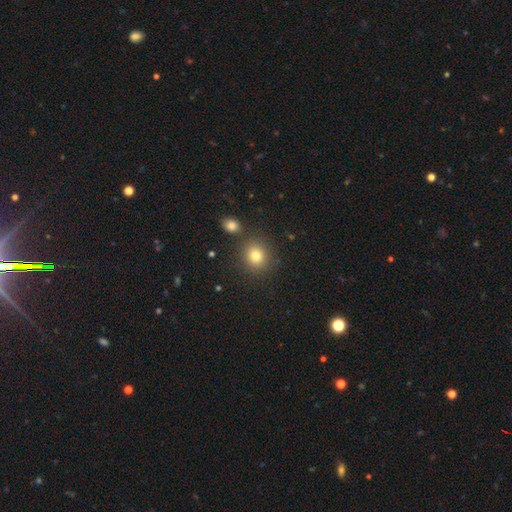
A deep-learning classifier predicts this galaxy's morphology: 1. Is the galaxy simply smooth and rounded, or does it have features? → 79% smooth, 13% star or artifact, 7% featured or disk.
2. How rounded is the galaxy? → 82% round, 17% in between, 1% cigar-shaped.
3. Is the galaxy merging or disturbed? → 81% none, 8% minor disturbance, 7% merger, 3% major disturbance.